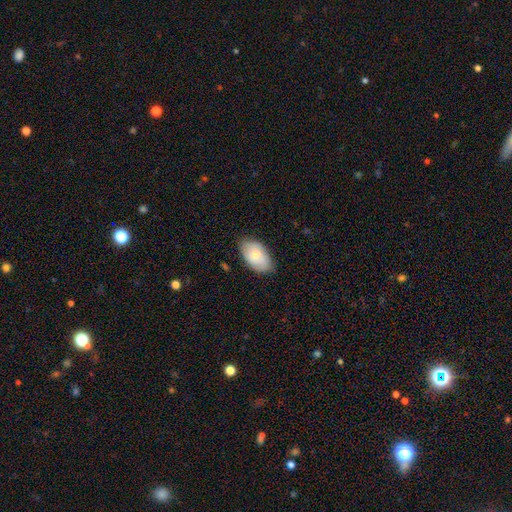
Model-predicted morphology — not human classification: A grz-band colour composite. It shows a smooth galaxy with no disk features (72%) that is in between round and cigar-shaped (94%). Merging: none (78%).